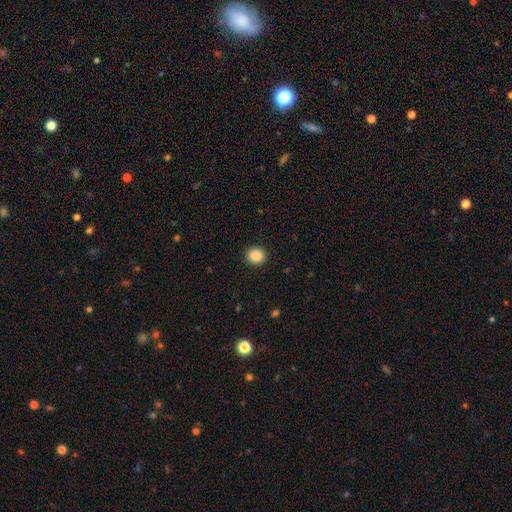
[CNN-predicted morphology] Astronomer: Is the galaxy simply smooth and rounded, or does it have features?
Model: smooth — 87%.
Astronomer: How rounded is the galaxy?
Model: round — 88%.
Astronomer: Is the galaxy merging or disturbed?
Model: none — 92%.